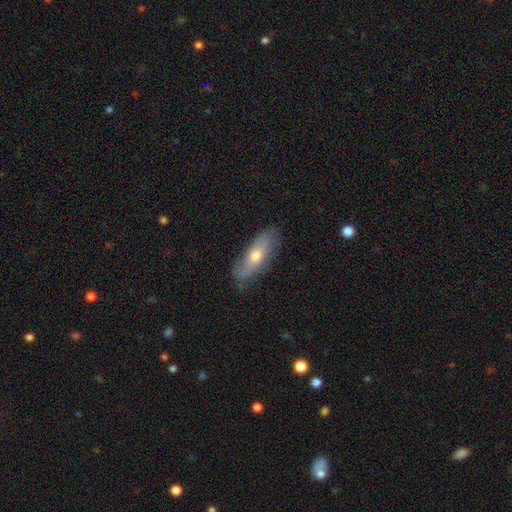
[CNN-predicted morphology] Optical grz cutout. It shows a smooth galaxy with no disk features (53%) that is in between round and cigar-shaped (61%). Merging: none (73%).